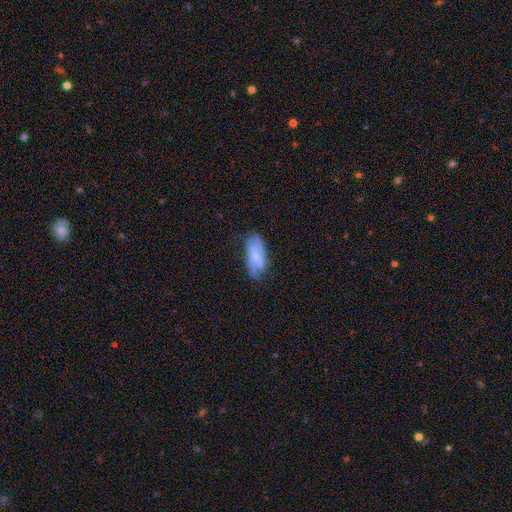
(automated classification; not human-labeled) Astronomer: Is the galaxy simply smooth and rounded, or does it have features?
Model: smooth — 48% (runner-up: featured or disk, 44%).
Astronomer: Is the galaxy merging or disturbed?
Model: none — 51% (runner-up: minor disturbance, 32%).